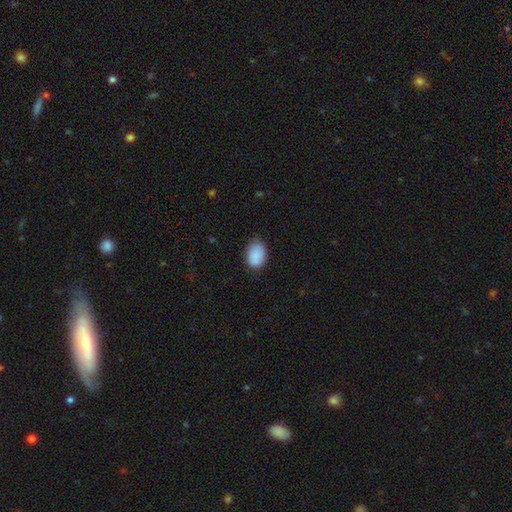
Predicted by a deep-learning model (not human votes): This appears to be a smooth galaxy with no disk features (89%) that is in between round and cigar-shaped (82%). Merging: none (75%).